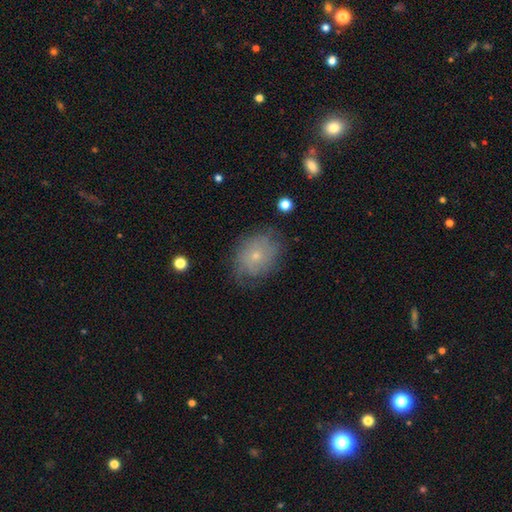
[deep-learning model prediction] smooth-or-featured: smooth: 51% | featured or disk: 38% | star or artifact: 11%
  how-rounded: in between: 51% | round: 48% | cigar-shaped: 1%
  merging: none: 65% | minor disturbance: 23% | major disturbance: 10% | merger: 1%